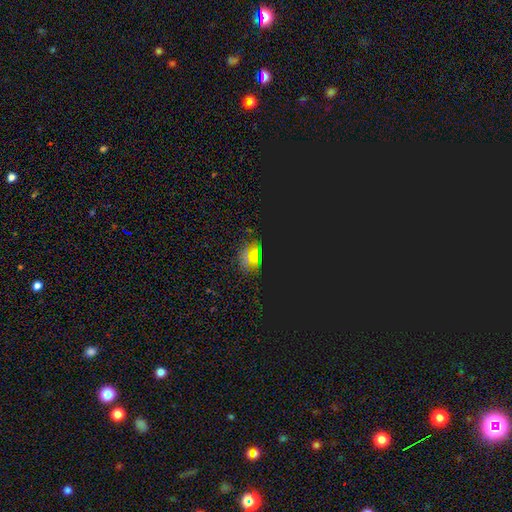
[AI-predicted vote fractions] star or artifact 59%, smooth 31%, featured or disk 10%.